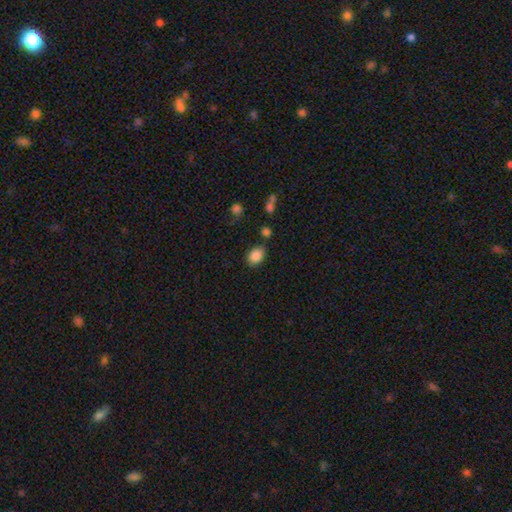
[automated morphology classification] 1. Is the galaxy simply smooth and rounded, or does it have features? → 87% smooth, 9% star or artifact, 4% featured or disk.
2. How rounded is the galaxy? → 71% in between, 28% round, 1% cigar-shaped.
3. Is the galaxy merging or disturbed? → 79% none, 13% minor disturbance, 5% merger, 4% major disturbance.